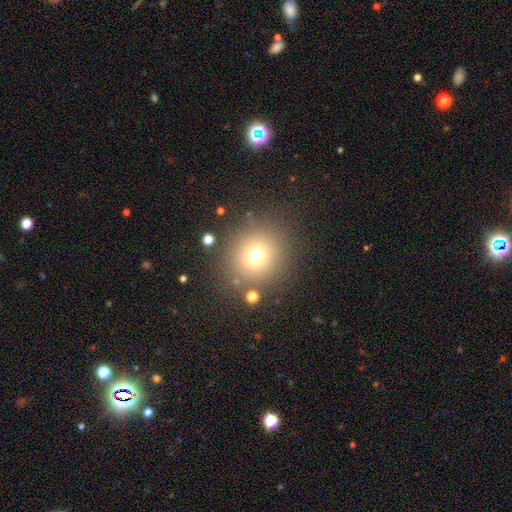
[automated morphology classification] Smooth or featured? Predicted: smooth (p=0.71). How rounded? Predicted: round (p=0.91). Merging? Predicted: none (p=0.84).